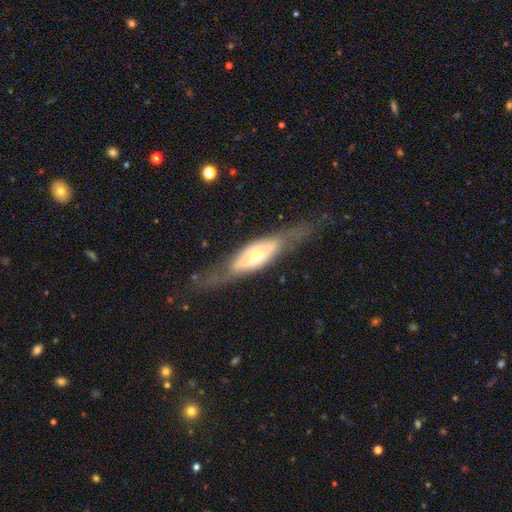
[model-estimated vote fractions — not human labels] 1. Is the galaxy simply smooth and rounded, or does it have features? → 67% featured or disk, 27% smooth, 6% star or artifact.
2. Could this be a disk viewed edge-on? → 50% yes (tied), 50% no (tied).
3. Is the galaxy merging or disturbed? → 66% none, 19% minor disturbance, 14% major disturbance, 2% merger.